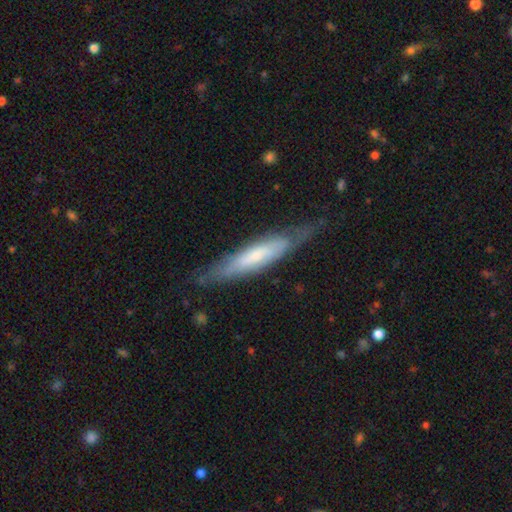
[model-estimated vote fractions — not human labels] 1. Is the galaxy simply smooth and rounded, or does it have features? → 51% featured or disk, 43% smooth, 6% star or artifact.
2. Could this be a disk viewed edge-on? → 69% yes, 31% no.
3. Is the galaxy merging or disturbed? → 69% none, 22% minor disturbance, 7% major disturbance, 2% merger.